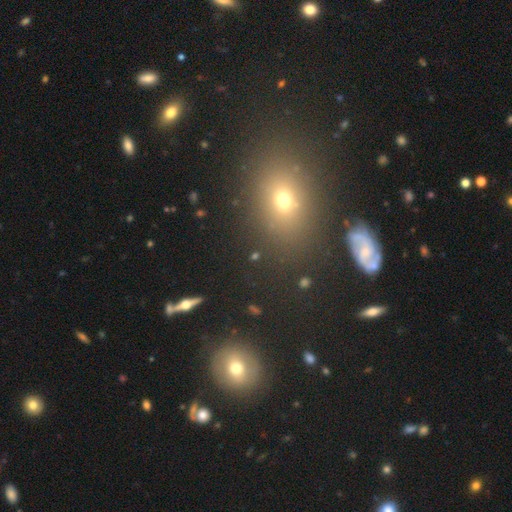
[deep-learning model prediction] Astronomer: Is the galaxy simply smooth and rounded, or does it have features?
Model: smooth — 51% (runner-up: star or artifact, 31%).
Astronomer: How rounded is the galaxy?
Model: round — 54% (runner-up: in between, 41%).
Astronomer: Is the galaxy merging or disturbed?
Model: none — 76%.